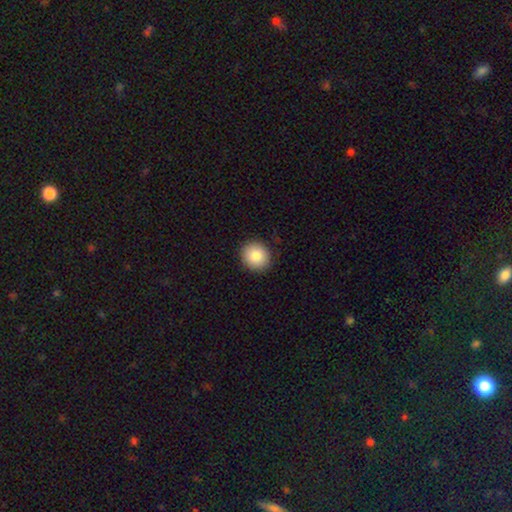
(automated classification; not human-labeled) This appears to be a smooth galaxy with no disk features (83%) that is round (83%). Merging: none (91%).